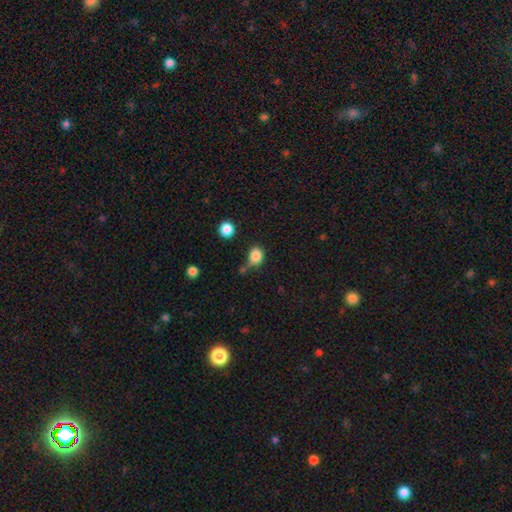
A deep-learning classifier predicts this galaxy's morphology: smooth-or-featured: smooth: 84% | star or artifact: 10% | featured or disk: 5%
  how-rounded: round: 66% | in between: 33% | cigar-shaped: 1%
  merging: none: 55% | minor disturbance: 24% | merger: 13% | major disturbance: 9%